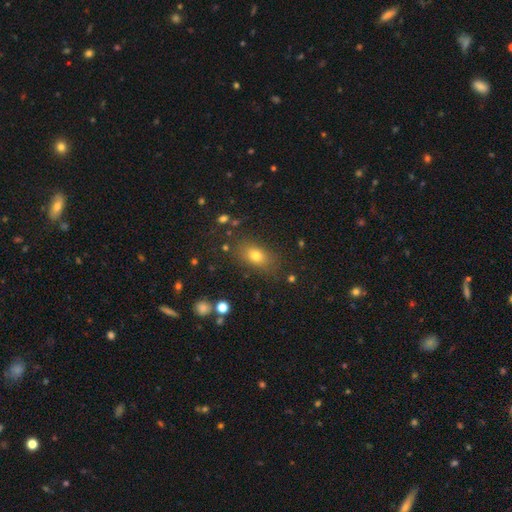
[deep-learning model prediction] Smooth or featured?
  - smooth: 74% *
  - star or artifact: 15%
  - featured or disk: 11%
How rounded?
  - in between: 75% *
  - round: 21%
  - cigar-shaped: 4%
Merging?
  - none: 81% *
  - minor disturbance: 12%
  - major disturbance: 4%
  - merger: 3%